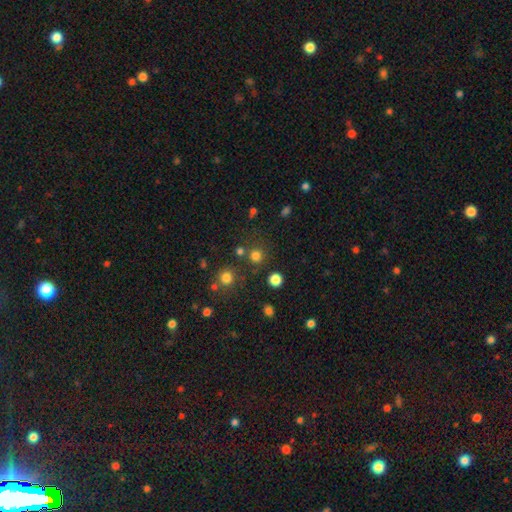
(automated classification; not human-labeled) This appears to be a smooth galaxy with no disk features (77%) that is round (92%). Merging: none (78%).